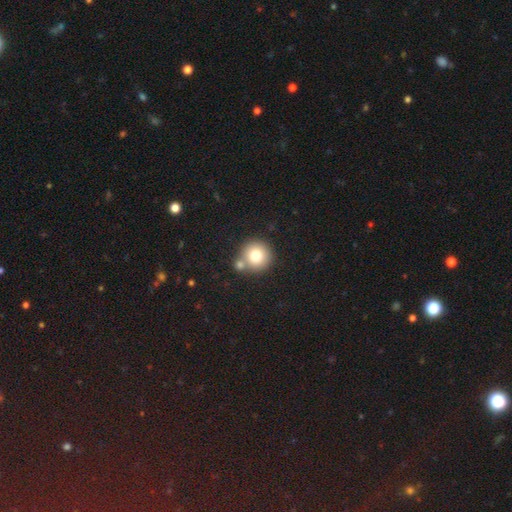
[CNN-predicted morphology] Smooth or featured: smooth — 76% (featured or disk — 13%)
How rounded: round — 94% (in between — 5%)
Merging: none — 67% (merger — 22%)